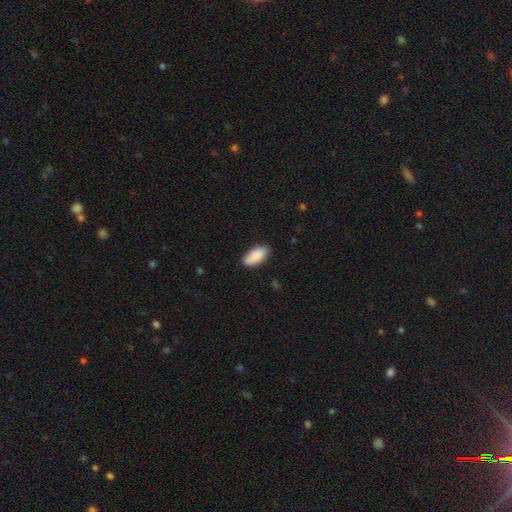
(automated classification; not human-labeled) The model was most divided on "merging": none: 82%, minor disturbance: 15%, major disturbance: 2%, merger: 1%. More confident: how rounded — in between (91%); smooth or featured — smooth (89%).